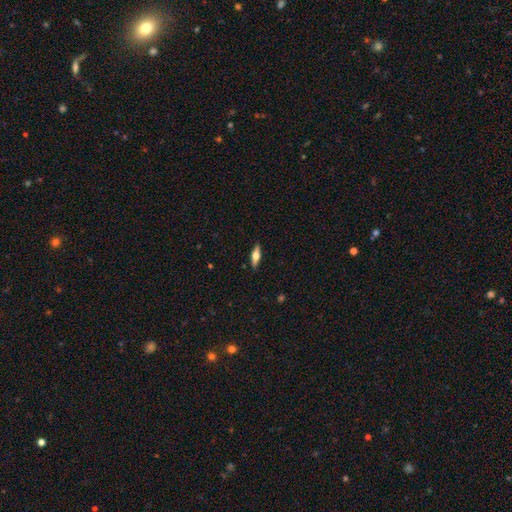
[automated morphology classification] The model was most divided on "smooth or featured": featured or disk: 55%, smooth: 39%, star or artifact: 7%. More confident: edge-on disk — yes (94%); edge-on bulge — rounded (93%); merging — none (89%).